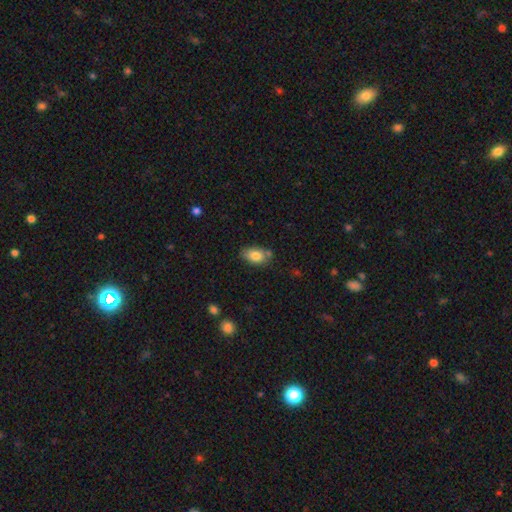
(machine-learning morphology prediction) type=smooth (82%); roundness=in between (89%); merging=none (71%).